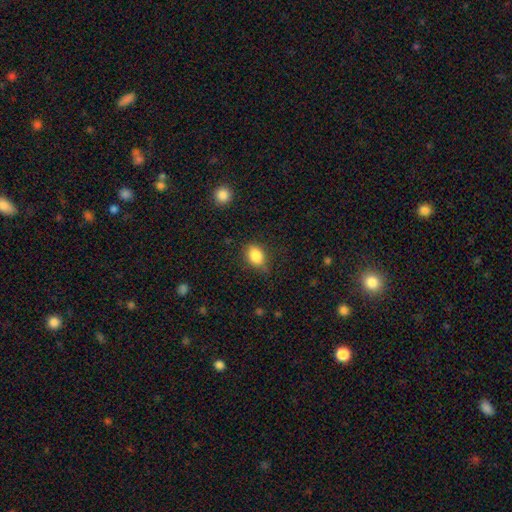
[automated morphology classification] Smooth or featured? smooth (86%)
How rounded? in between (71%)
Merging? none (76%)